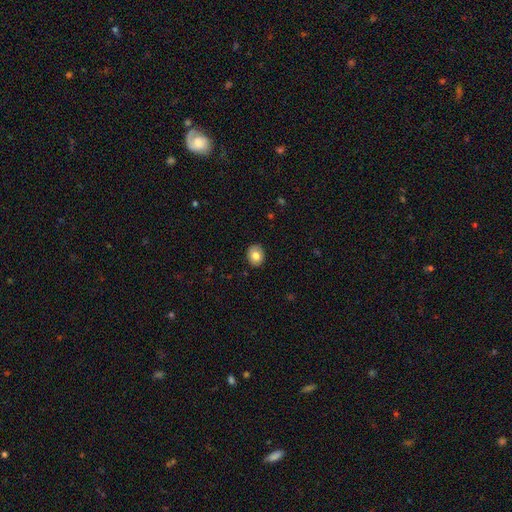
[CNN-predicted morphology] This is likely a smooth galaxy (79%). How rounded: possibly round (54%). Merging: clearly none (89%).